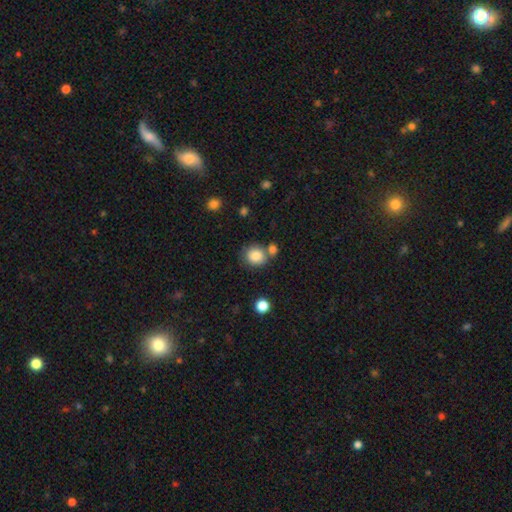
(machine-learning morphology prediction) Smooth or featured? Predicted: smooth (p=0.84). How rounded? Predicted: round (p=0.83). Merging? Predicted: none (p=0.65).